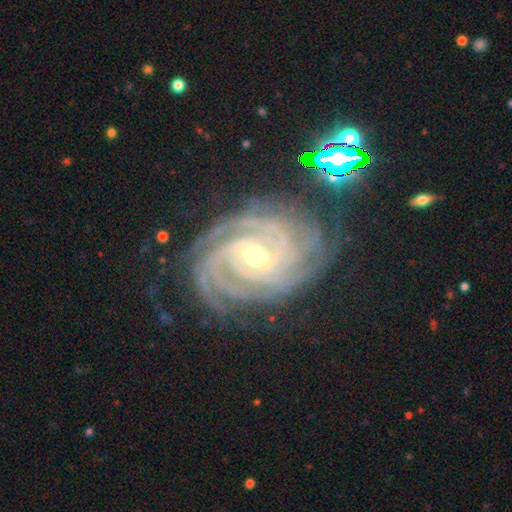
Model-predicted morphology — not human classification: smooth-or-featured: featured or disk: 92% | star or artifact: 5% | smooth: 3%
  disk-edge-on: no: 97% | yes: 3%
    bar: weak: 47% | strong: 32% | no: 22%
    has-spiral-arms: yes: 99% | no: 1%
      spiral-winding: tight: 77% | medium: 20% | loose: 3%
      spiral-arm-count: 4: 27% | 3: 25% | 2: 15% | can't tell: 15% | more than 4: 12% | 1: 7%
    bulge-size: small: 52% | moderate: 45% | large: 2% | none: 1% | dominant: 1%
  merging: none: 76% | minor disturbance: 16% | major disturbance: 6% | merger: 2%